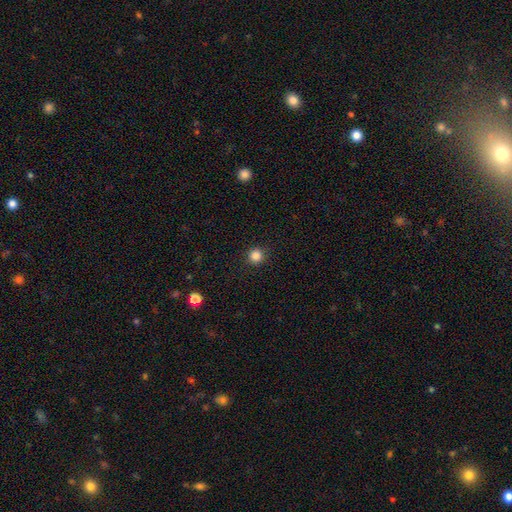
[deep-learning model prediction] smooth-or-featured: smooth: 84% | star or artifact: 12% | featured or disk: 4%
  how-rounded: round: 93% | in between: 6% | cigar-shaped: 1%
  merging: none: 91% | minor disturbance: 6% | major disturbance: 2% | merger: 1%